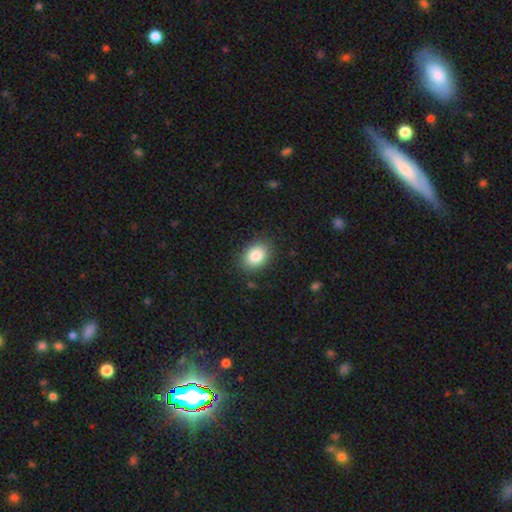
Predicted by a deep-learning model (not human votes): Overall: smooth (85%). How rounded: in between (67%; round 32%). Merging: none (86%).